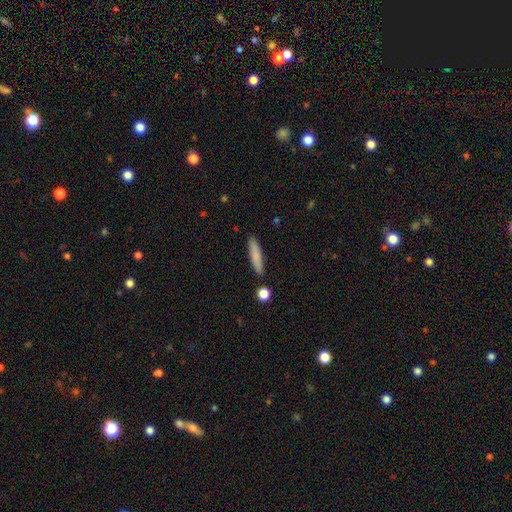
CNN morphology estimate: type=smooth (80%); roundness=cigar-shaped (86%); merging=none (88%).